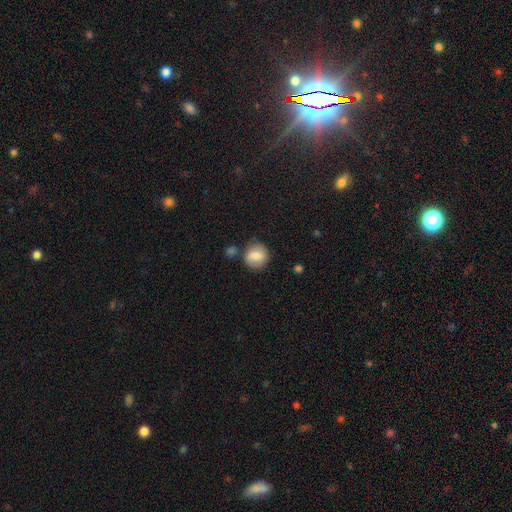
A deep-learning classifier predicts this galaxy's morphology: Smooth or featured? smooth (78%)
How rounded? round (82%)
Merging? none (73%)